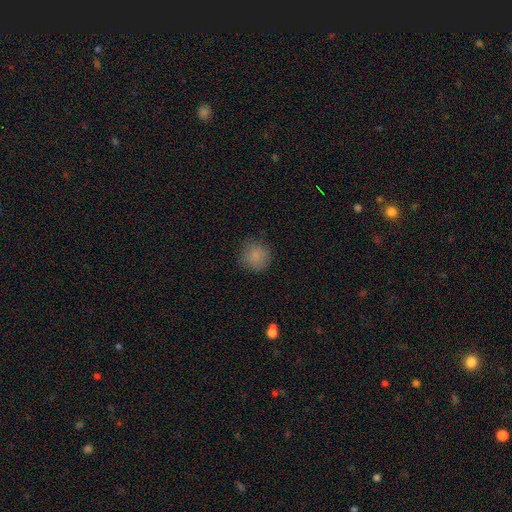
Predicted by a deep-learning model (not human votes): Morphology: type=smooth (84%); roundness=round (91%); merging=none (82%).